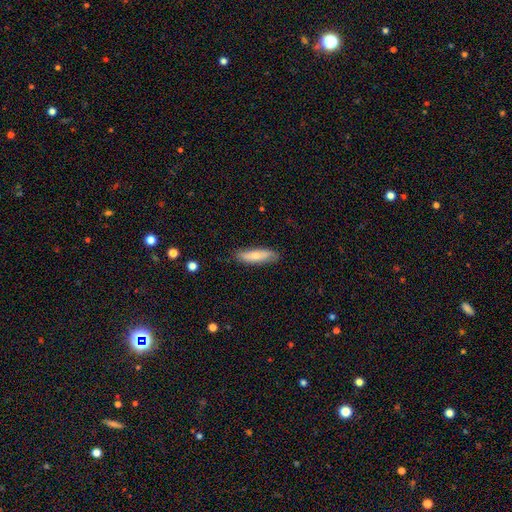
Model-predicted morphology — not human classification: A smooth galaxy with no disk features (70%) that is cigar-shaped (60%).

Vote fractions:
- Smooth or featured? smooth: 70% / featured or disk: 24% / star or artifact: 6%
- How rounded? cigar-shaped: 60% / in between: 38% / round: 2%
- Merging? none: 81% / minor disturbance: 15% / major disturbance: 3% / merger: 1%